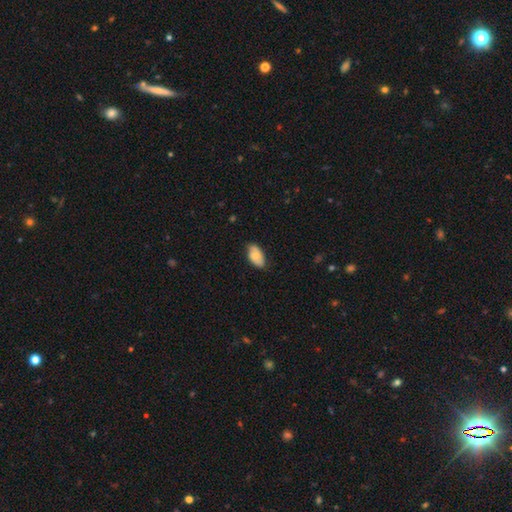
smooth 62%, featured or disk 28%, star or artifact 10%. Down the decision tree: how rounded — in between (96%); merging — none (81%).